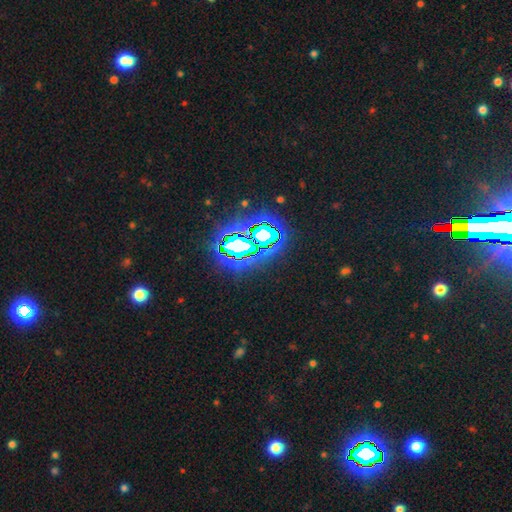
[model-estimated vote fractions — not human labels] Morphology: type=star or artifact (82%).